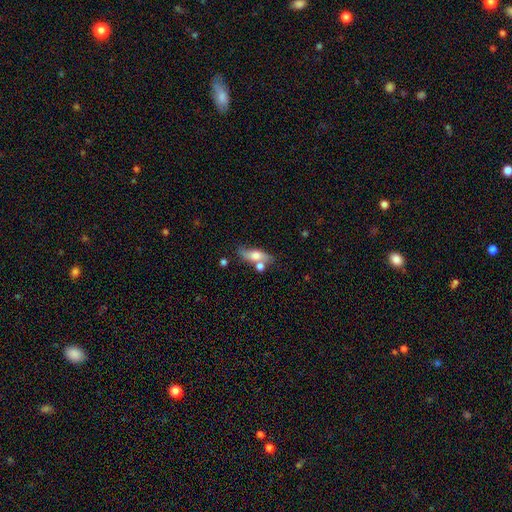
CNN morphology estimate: The model was most divided on "smooth or featured": smooth: 55%, featured or disk: 37%, star or artifact: 8%. More confident: how rounded — in between (63%); merging — none (56%).